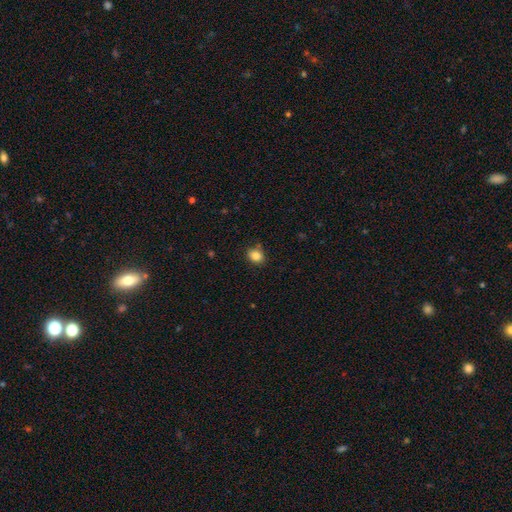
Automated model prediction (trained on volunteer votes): A smooth galaxy with no disk features (85%) that is in between round and cigar-shaped (53%).

Vote fractions:
- Smooth or featured? smooth: 85% / star or artifact: 10% / featured or disk: 5%
- How rounded? in between: 53% / round: 46% / cigar-shaped: 1%
- Merging? none: 83% / minor disturbance: 12% / major disturbance: 3% / merger: 2%